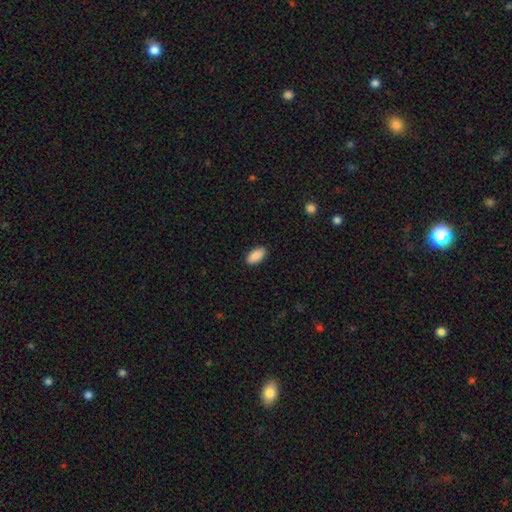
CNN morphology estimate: A smooth galaxy with no disk features (90%) that is in between round and cigar-shaped (93%).

Vote fractions:
- Smooth or featured? smooth: 90% / star or artifact: 7% / featured or disk: 3%
- How rounded? in between: 93% / cigar-shaped: 4% / round: 2%
- Merging? none: 89% / minor disturbance: 8% / major disturbance: 2% / merger: 1%